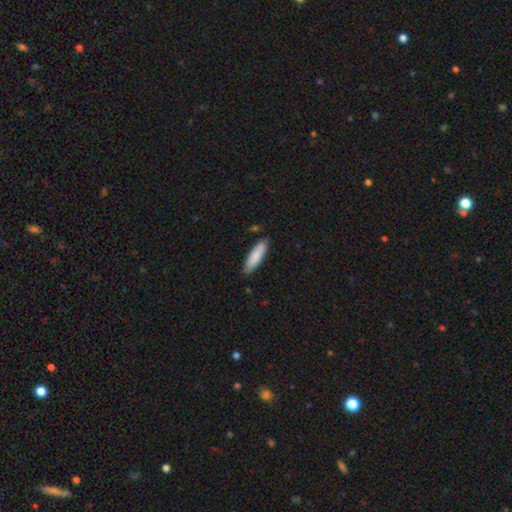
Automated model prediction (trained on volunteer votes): smooth 85%, featured or disk 10%, star or artifact 5%. Down the decision tree: how rounded — cigar-shaped (55%); merging — none (84%).